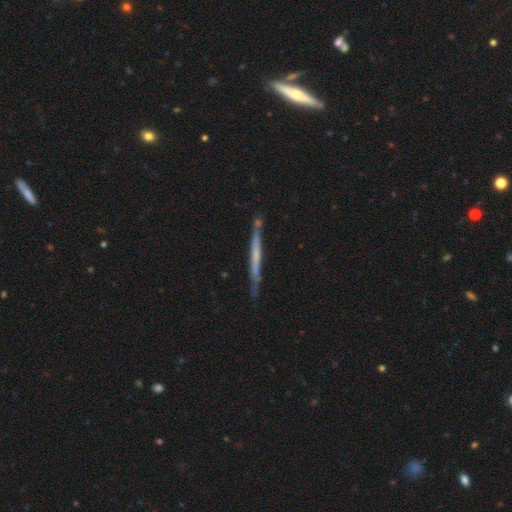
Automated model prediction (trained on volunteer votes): featured or disk 59%, smooth 35%, star or artifact 6%. Down the decision tree: edge-on disk — yes (95%); edge-on bulge — none (80%); merging — none (78%).